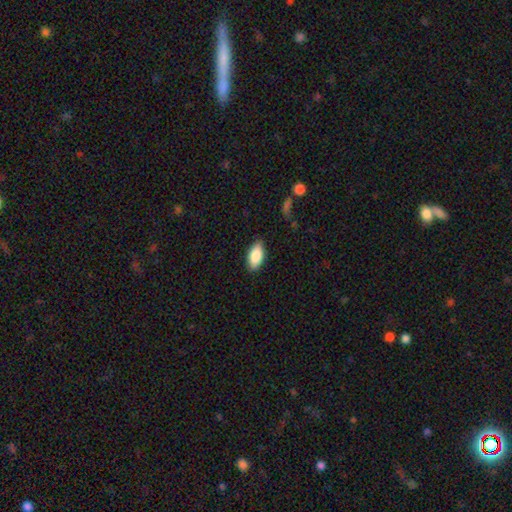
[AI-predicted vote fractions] Overall: smooth (87%). How rounded: in between (92%). Merging: none (86%).